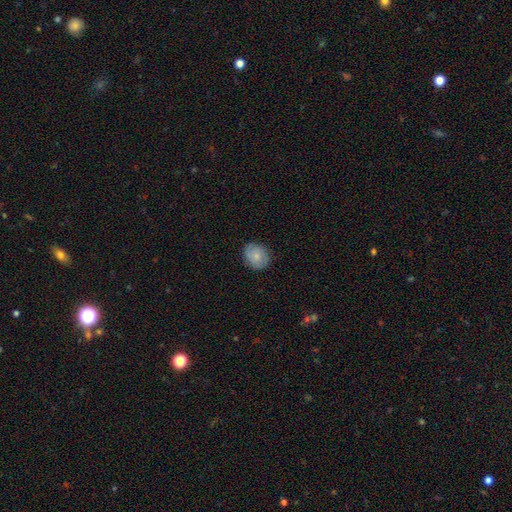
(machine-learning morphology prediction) smooth 74%, featured or disk 19%, star or artifact 7%. Down the decision tree: how rounded — round (63%); merging — none (83%).